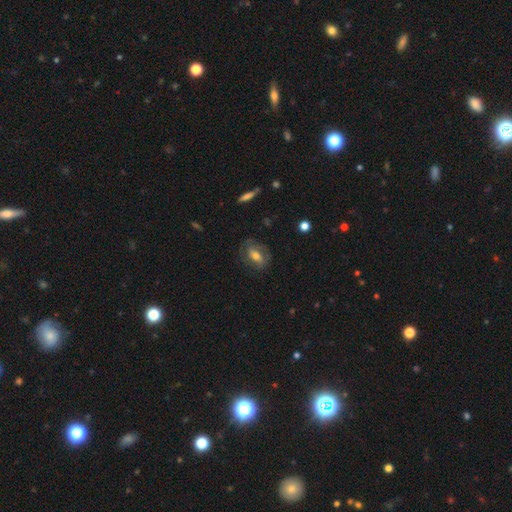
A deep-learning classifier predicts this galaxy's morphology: A featured or disk galaxy (53%). Merging: none (69%).